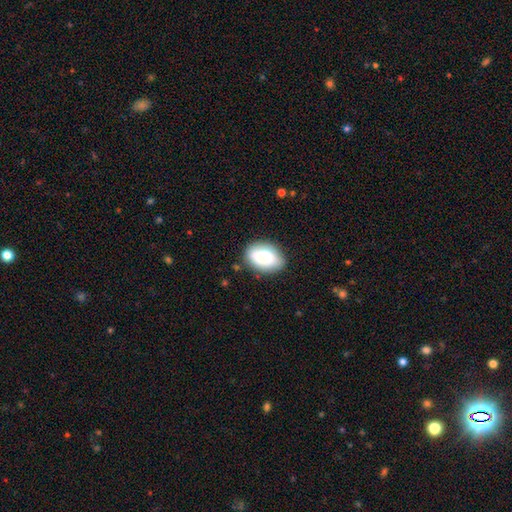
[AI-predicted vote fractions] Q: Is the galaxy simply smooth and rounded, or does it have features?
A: smooth — 75%.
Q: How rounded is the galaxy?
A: in between — 84%.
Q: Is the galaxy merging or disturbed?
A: none — 77%.